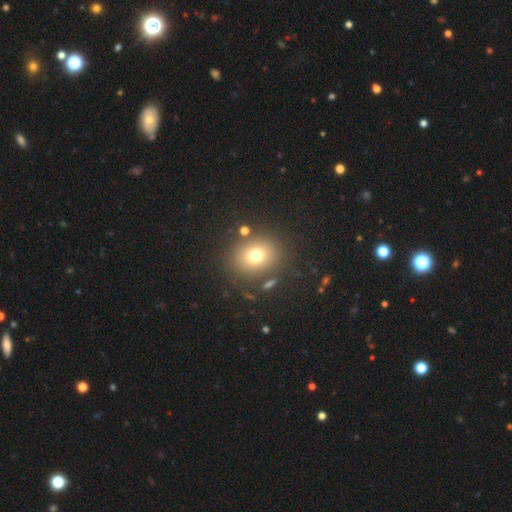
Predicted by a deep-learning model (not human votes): smooth_or_featured: smooth (p=0.73) [alt: star or artifact p=0.15]
how_rounded: round (p=0.65) [alt: in between p=0.34]
merging: none (p=0.81) [alt: minor disturbance p=0.09]